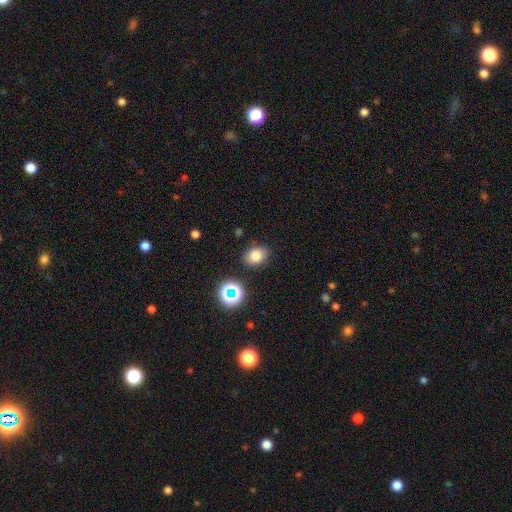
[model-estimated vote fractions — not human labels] smooth_or_featured: smooth (p=0.79) [alt: star or artifact p=0.14]
how_rounded: in between (p=0.61) [alt: round p=0.38]
merging: none (p=0.83) [alt: minor disturbance p=0.11]